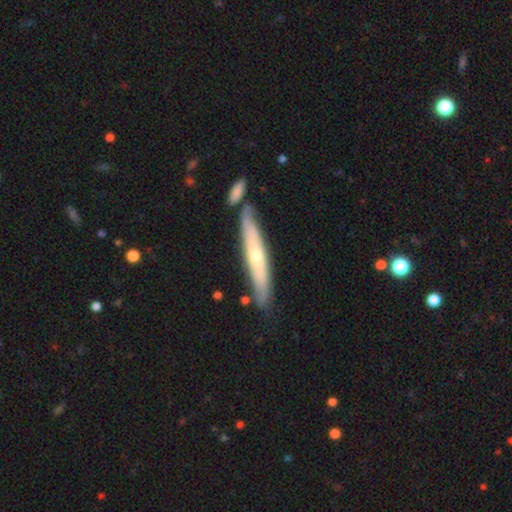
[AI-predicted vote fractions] This is possibly a featured or disk galaxy (51%). It is likely viewed edge-on (80%). Merging: likely none (70%).